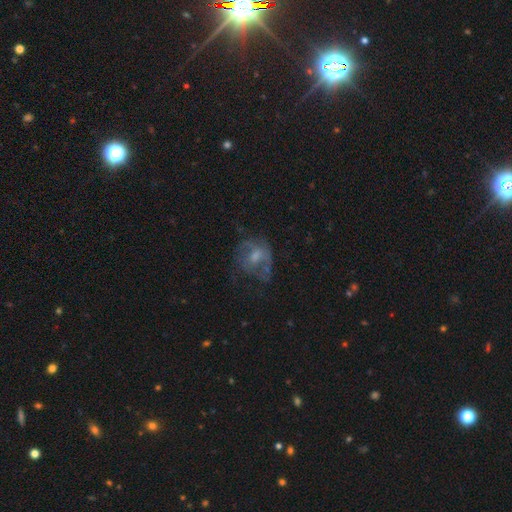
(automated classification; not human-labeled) Morphology: type=featured or disk (54%); edge-on=no (96%); bar=no (66%); spiral arms=no (52%); bulge=moderate (49%); merging=none (48%).